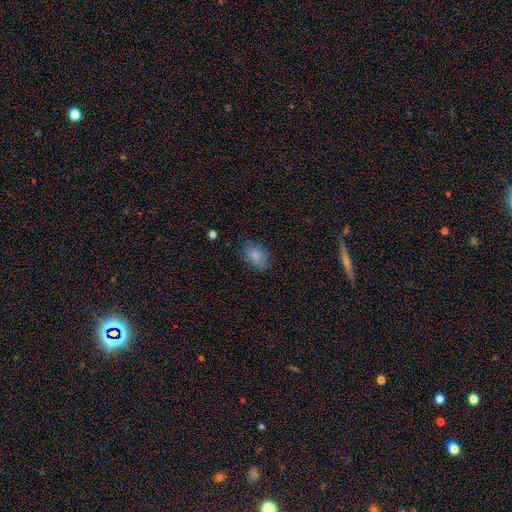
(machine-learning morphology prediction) type=smooth (83%); roundness=in between (83%); merging=none (79%).